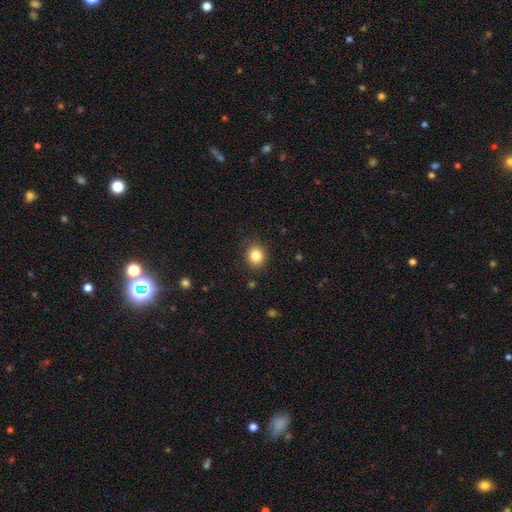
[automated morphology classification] Q: Smooth or featured?
A: smooth (84%); runner-up: star or artifact (10%)
Q: How rounded?
A: round (80%); runner-up: in between (19%)
Q: Merging?
A: none (88%); runner-up: minor disturbance (9%)